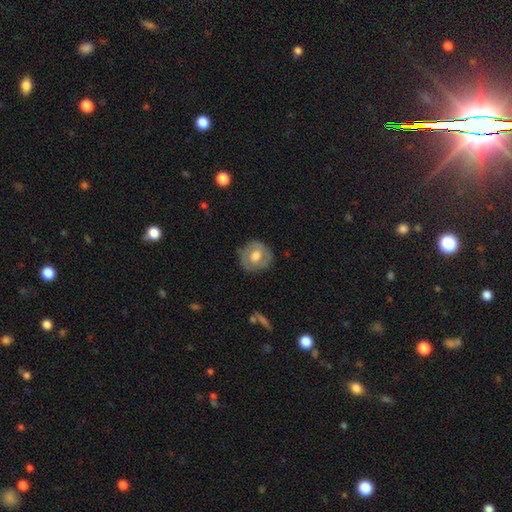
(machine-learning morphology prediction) The model was most divided on "smooth or featured": smooth: 49%, featured or disk: 45%, star or artifact: 6%. More confident: merging — none (82%).